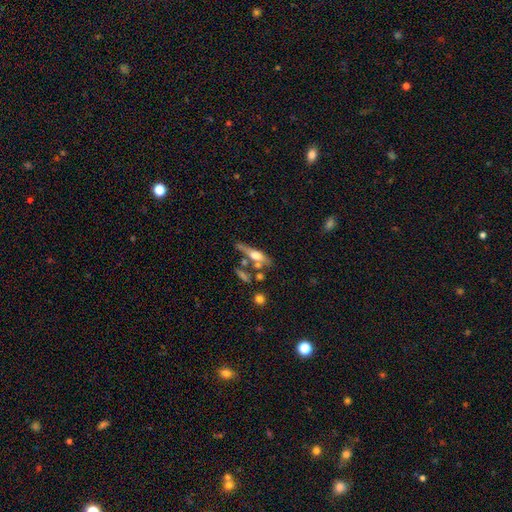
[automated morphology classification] This is possibly a featured or disk galaxy (51%). It is clearly viewed edge-on (82%). Merging: marginally none (43%).